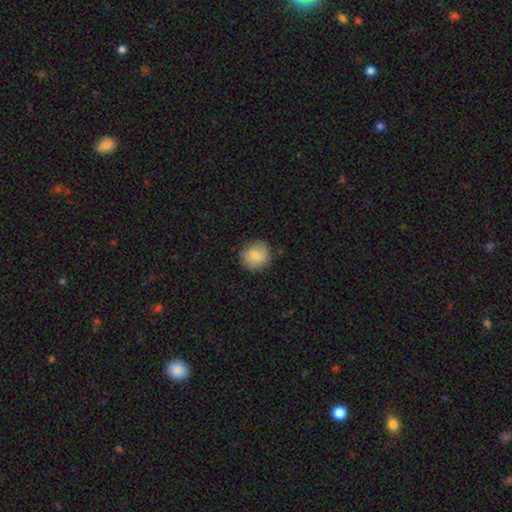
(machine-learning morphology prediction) Smooth or featured? smooth (78%)
How rounded? round (88%)
Merging? none (82%)